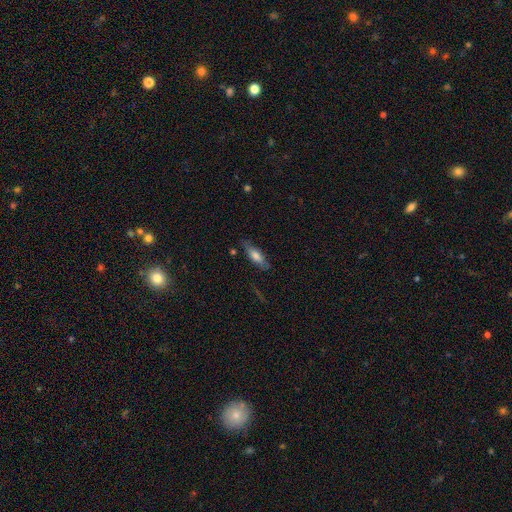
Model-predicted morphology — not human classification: type=smooth (62%); roundness=in between (56%); merging=none (72%).